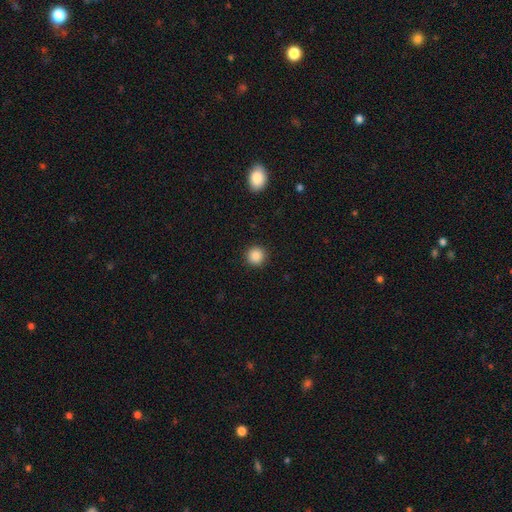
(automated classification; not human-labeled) Overall: smooth (87%). How rounded: round (95%). Merging: none (92%).